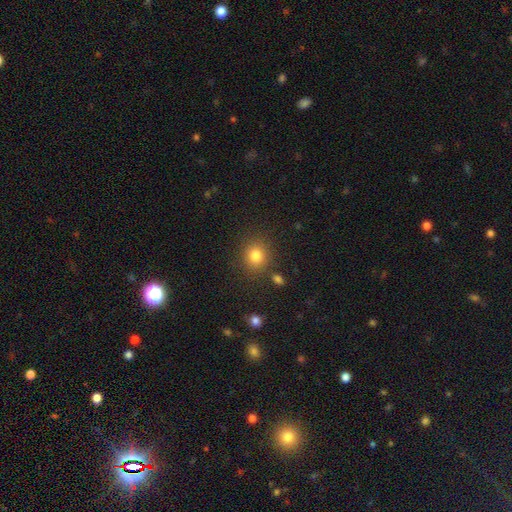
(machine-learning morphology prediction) This appears to be a smooth galaxy with no disk features (83%) that is round (79%). Merging: none (83%).